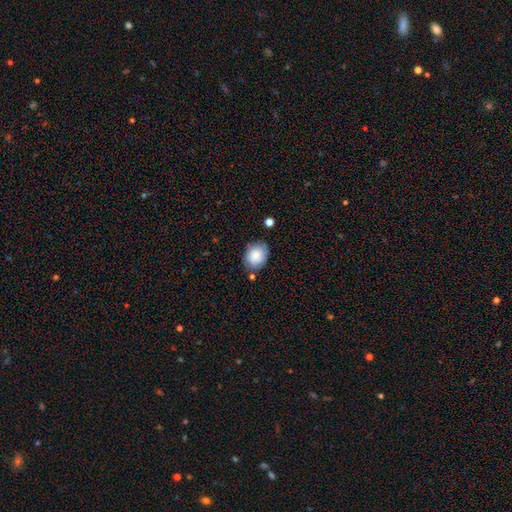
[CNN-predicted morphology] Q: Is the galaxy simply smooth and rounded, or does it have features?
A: smooth — 84%.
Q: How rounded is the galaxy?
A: round — 53%.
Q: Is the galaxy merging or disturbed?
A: none — 73%.